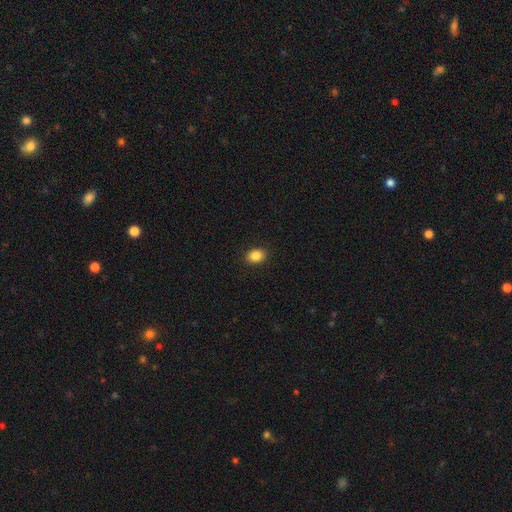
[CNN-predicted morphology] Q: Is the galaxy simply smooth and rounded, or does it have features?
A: smooth — 86%.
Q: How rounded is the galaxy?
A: in between — 66%.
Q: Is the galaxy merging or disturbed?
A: none — 91%.